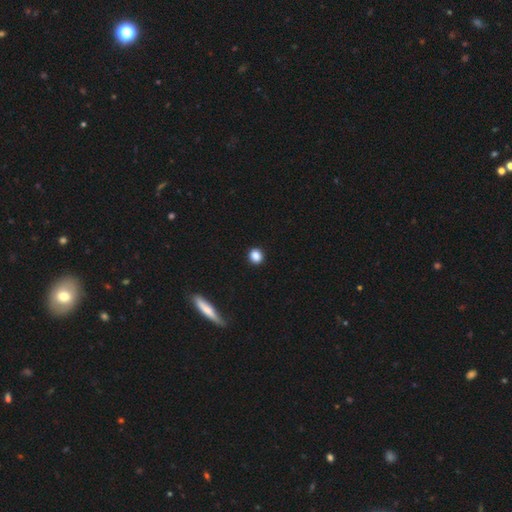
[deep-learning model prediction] smooth 87%, star or artifact 9%, featured or disk 3%. Down the decision tree: how rounded — round (83%); merging — none (91%).